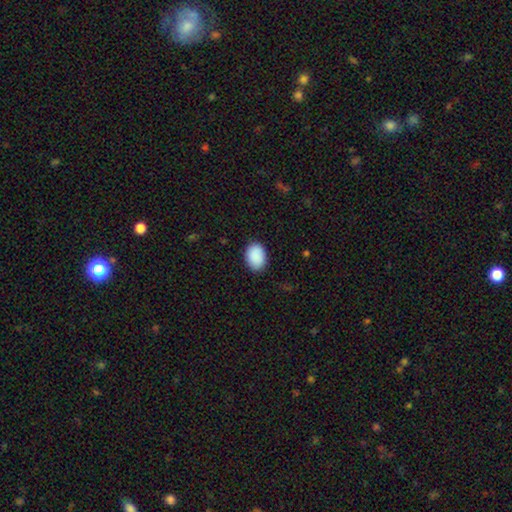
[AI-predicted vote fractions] This appears to be a smooth galaxy with no disk features (91%) that is in between round and cigar-shaped (75%). Merging: none (87%).